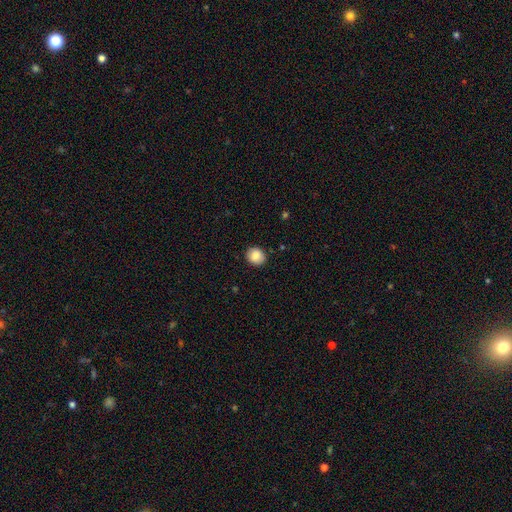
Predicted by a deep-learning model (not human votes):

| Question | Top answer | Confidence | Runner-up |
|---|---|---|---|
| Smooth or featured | smooth | 86% | star or artifact (8%) |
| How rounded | round | 79% | in between (20%) |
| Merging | none | 90% | minor disturbance (7%) |